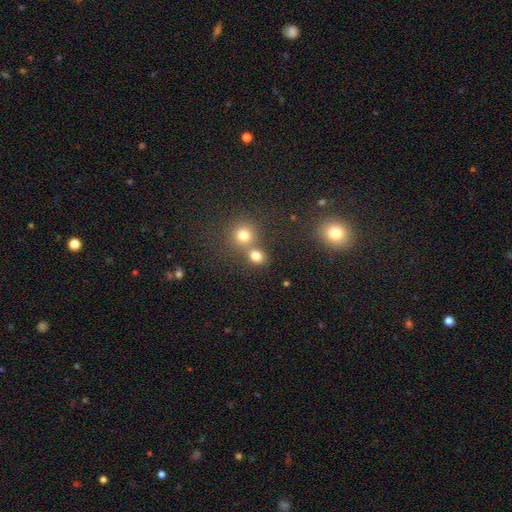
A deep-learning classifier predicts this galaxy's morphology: Smooth or featured?
  - smooth: 77% *
  - star or artifact: 15%
  - featured or disk: 8%
How rounded?
  - round: 68% *
  - in between: 30%
  - cigar-shaped: 1%
Merging?
  - none: 54% *
  - merger: 35%
  - minor disturbance: 8%
  - major disturbance: 4%